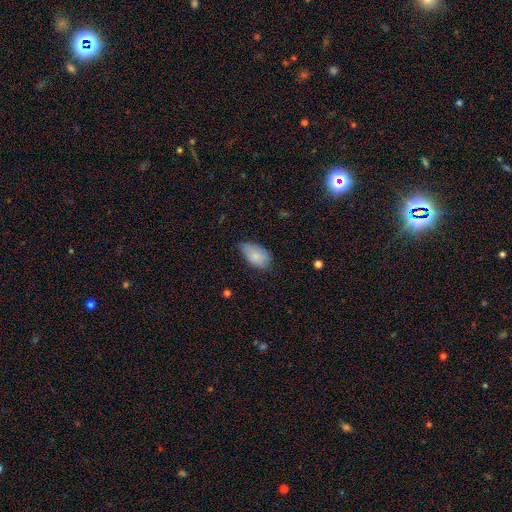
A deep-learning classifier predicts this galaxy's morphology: smooth 82%, featured or disk 11%, star or artifact 7%. Down the decision tree: how rounded — in between (94%); merging — none (64%).